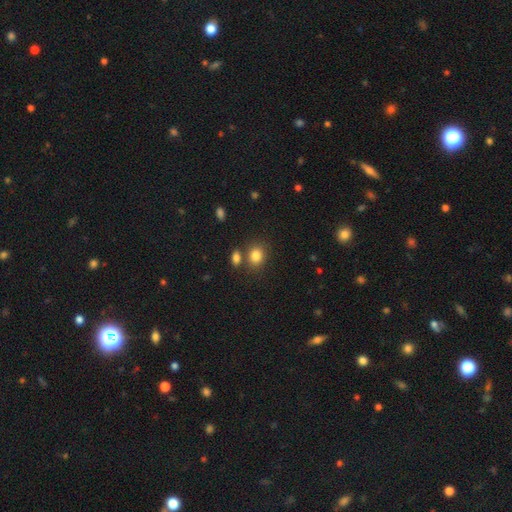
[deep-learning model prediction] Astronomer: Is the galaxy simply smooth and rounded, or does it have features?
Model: smooth — 83%.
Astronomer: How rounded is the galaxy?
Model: round — 56% (runner-up: in between, 43%).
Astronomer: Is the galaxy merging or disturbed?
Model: none — 66%.